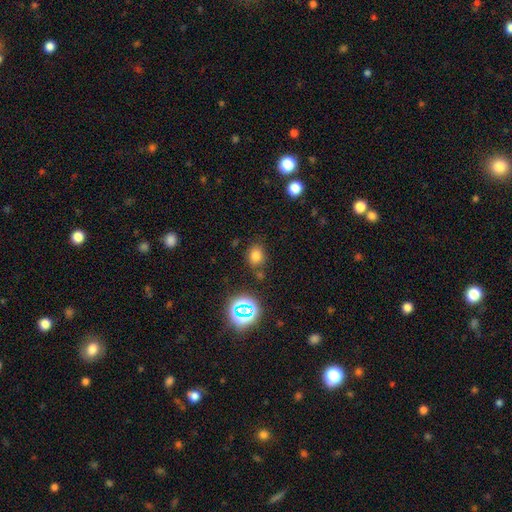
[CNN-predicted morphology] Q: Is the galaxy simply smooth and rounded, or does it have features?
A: smooth — 72%.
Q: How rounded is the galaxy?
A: round — 60%.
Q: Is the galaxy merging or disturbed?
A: none — 76%.